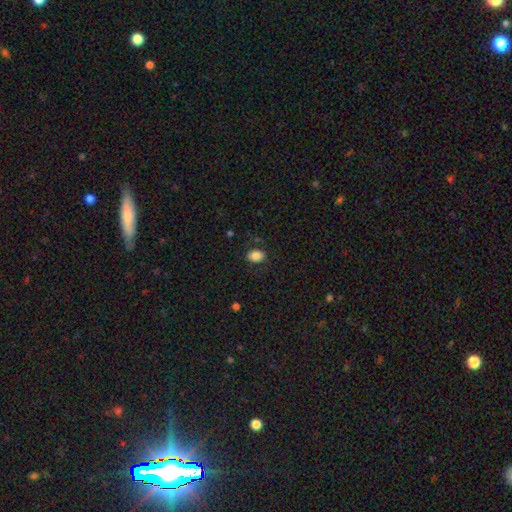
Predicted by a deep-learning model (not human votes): smooth-or-featured: smooth: 84% | star or artifact: 9% | featured or disk: 7%
  how-rounded: in between: 71% | round: 28% | cigar-shaped: 1%
  merging: none: 82% | minor disturbance: 13% | major disturbance: 4% | merger: 2%